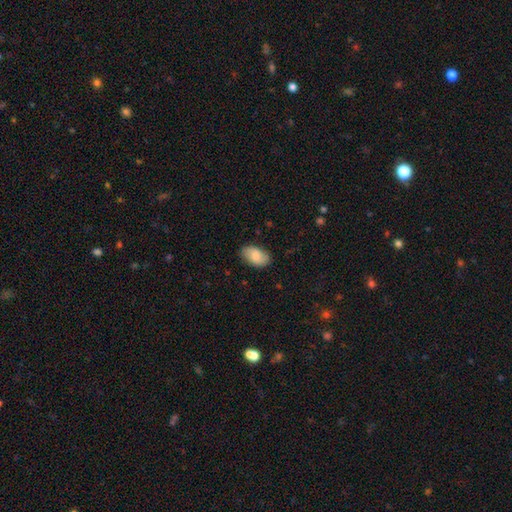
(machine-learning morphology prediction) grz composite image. It shows a smooth galaxy with no disk features (76%) that is in between round and cigar-shaped (93%). Merging: none (81%).